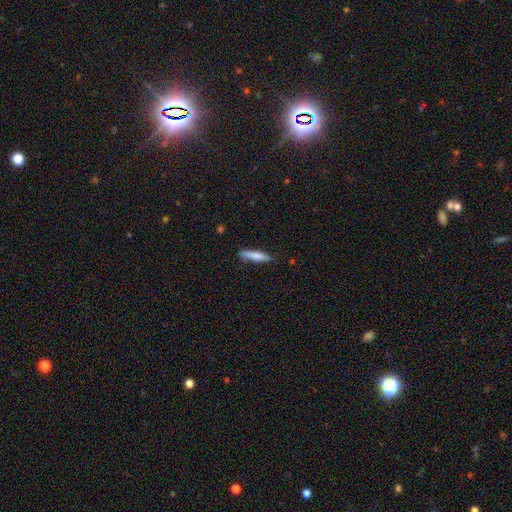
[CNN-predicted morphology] A smooth galaxy with no disk features (71%) that is cigar-shaped (85%). Merging: none (81%).